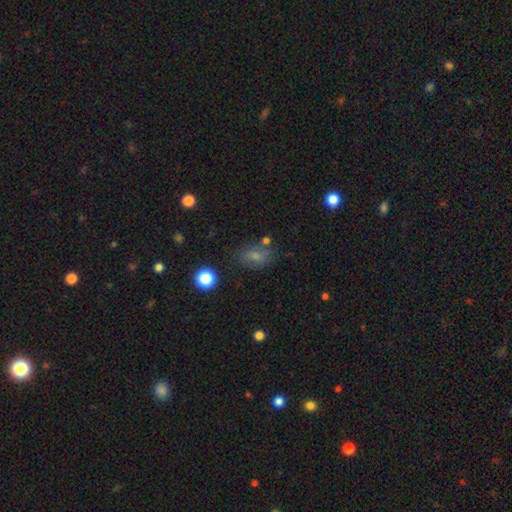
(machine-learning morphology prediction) smooth-or-featured: smooth: 69% | star or artifact: 16% | featured or disk: 15%
  how-rounded: in between: 74% | round: 24% | cigar-shaped: 2%
  merging: none: 68% | minor disturbance: 18% | merger: 7% | major disturbance: 7%